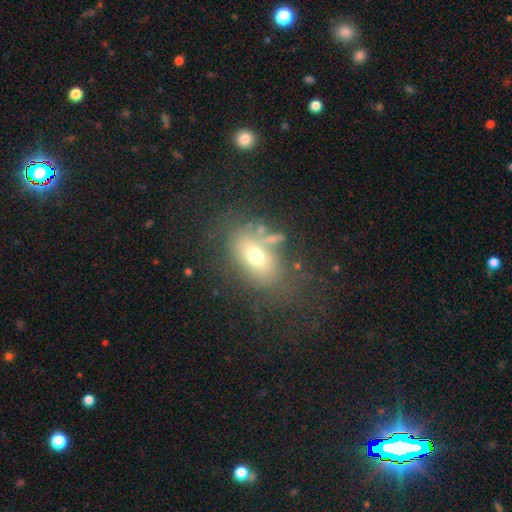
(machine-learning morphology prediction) type=smooth (63%); roundness=in between (81%); merging=none (59%).